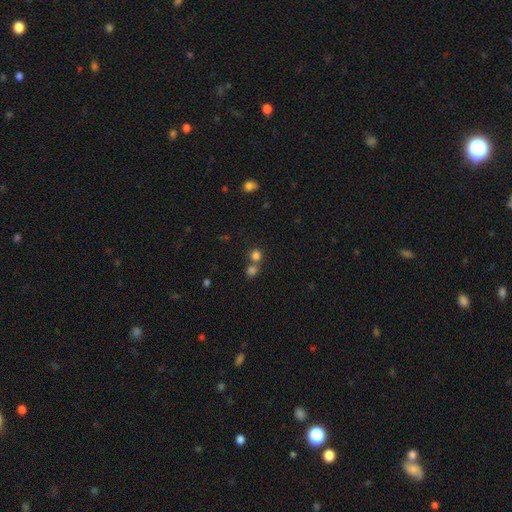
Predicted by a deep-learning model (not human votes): Morphology: type=smooth (79%); roundness=round (88%); merging=none (57%).